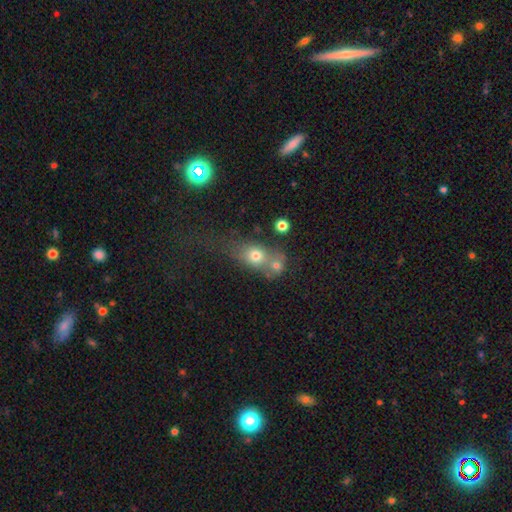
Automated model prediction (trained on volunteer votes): Smooth or featured: smooth — 70% (featured or disk — 16%)
How rounded: round — 52% (in between — 45%)
Merging: merger — 49% (none — 31%)